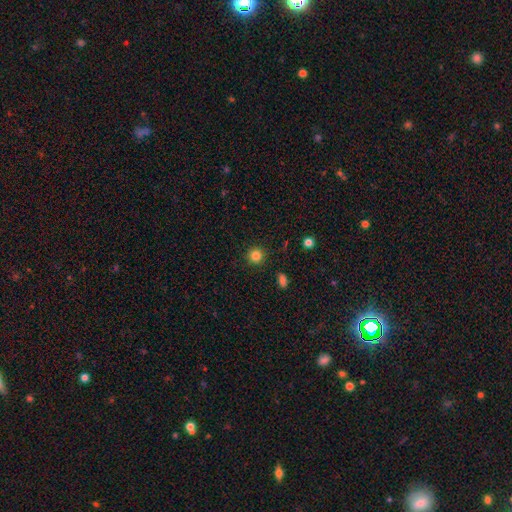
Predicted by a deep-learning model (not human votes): Smooth or featured?
  - smooth: 83% *
  - star or artifact: 12%
  - featured or disk: 5%
How rounded?
  - round: 93% *
  - in between: 6%
  - cigar-shaped: 1%
Merging?
  - none: 91% *
  - minor disturbance: 6%
  - major disturbance: 2%
  - merger: 1%